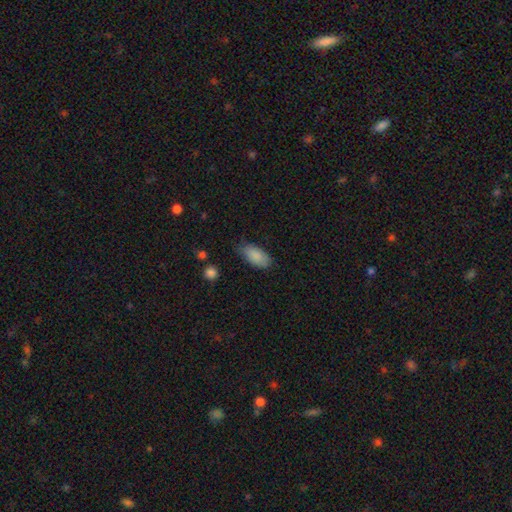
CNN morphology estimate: smooth_or_featured: smooth (p=0.87) [alt: star or artifact p=0.06]
how_rounded: in between (p=0.92) [alt: cigar-shaped p=0.05]
merging: none (p=0.71) [alt: minor disturbance p=0.23]